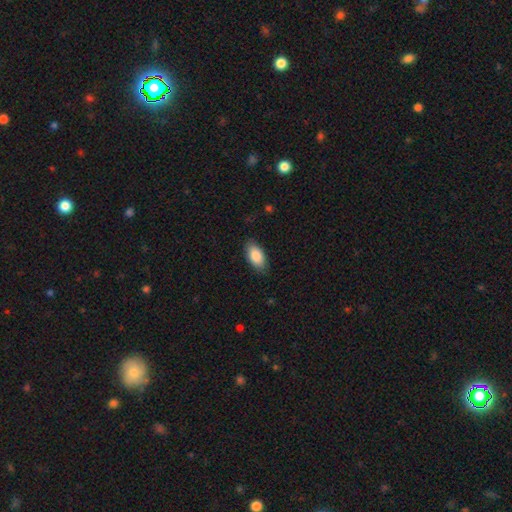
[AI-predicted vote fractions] This is clearly a smooth galaxy (87%). How rounded: clearly in between (93%). Merging: clearly none (83%).